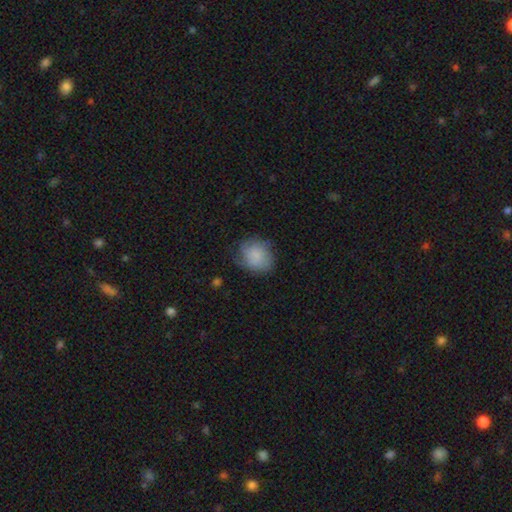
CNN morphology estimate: The model was most divided on "how rounded": round: 63%, in between: 36%, cigar-shaped: 1%. More confident: smooth or featured — smooth (74%); merging — none (61%).